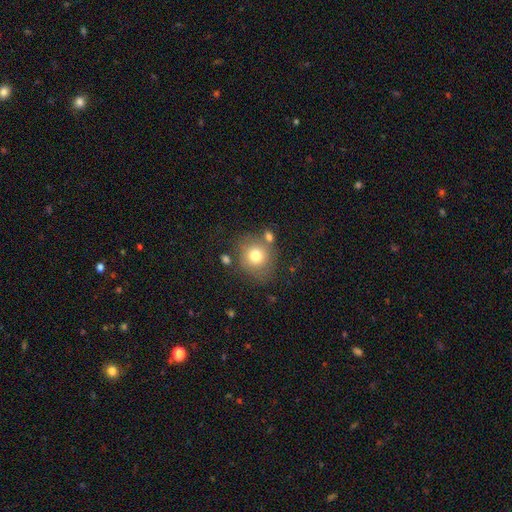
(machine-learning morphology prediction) The model was most divided on "merging": none: 66%, minor disturbance: 16%, merger: 12%, major disturbance: 7%. More confident: how rounded — round (84%); smooth or featured — smooth (75%).